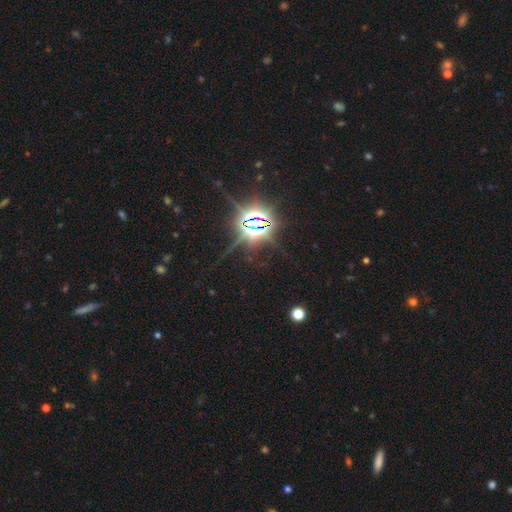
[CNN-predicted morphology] A star or artifact, not a galaxy (83%).

Vote fractions:
- Smooth or featured? star or artifact: 83% / smooth: 11% / featured or disk: 6%